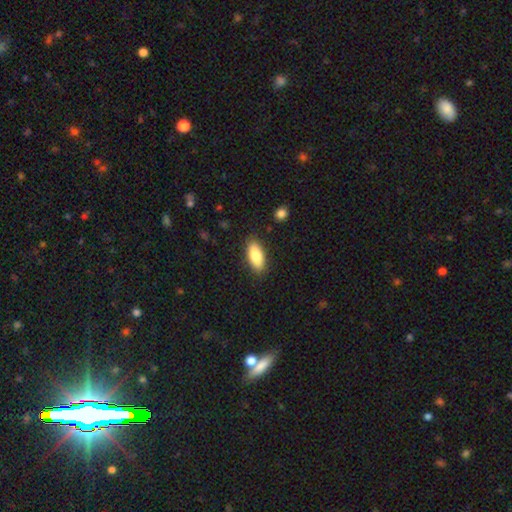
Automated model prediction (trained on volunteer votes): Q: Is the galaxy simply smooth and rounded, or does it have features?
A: smooth — 84%.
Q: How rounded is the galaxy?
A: in between — 86%.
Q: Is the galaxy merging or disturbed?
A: none — 86%.